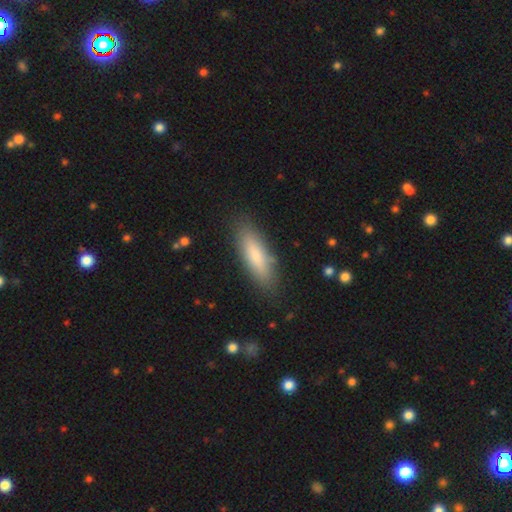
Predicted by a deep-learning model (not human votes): Smooth or featured: smooth — 78% (featured or disk — 16%)
How rounded: cigar-shaped — 55% (in between — 44%)
Merging: none — 84% (minor disturbance — 11%)